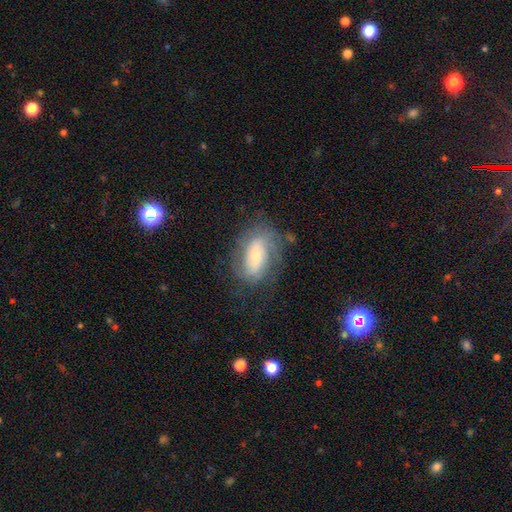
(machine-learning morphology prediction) Smooth or featured? Predicted: featured or disk (p=0.62). Edge-on disk? Predicted: no (p=0.95). Bar? Predicted: no (p=0.51). Spiral arms? Predicted: yes (p=0.82). Bulge size? Predicted: small (p=0.53). Merging? Predicted: none (p=0.61).